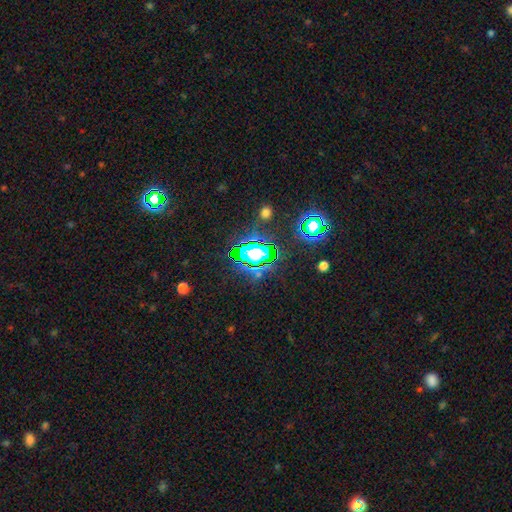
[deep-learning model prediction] Morphology: type=star or artifact (80%).